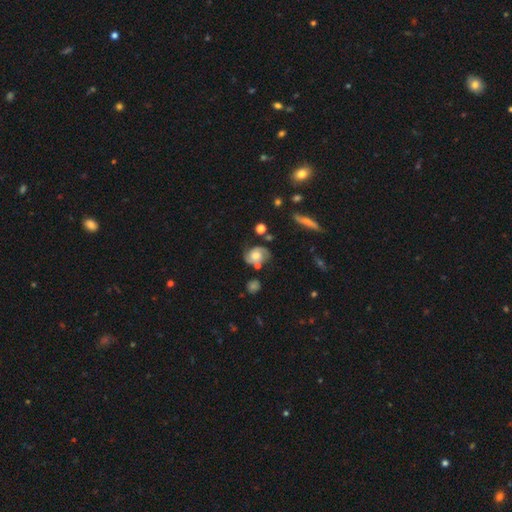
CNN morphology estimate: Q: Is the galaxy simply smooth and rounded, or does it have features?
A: featured or disk — 65%.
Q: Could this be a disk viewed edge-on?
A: no — 96%.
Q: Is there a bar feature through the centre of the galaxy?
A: no — 69%.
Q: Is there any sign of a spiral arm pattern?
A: yes — 89%.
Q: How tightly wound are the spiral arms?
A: medium — 45%.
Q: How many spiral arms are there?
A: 2 — 82%.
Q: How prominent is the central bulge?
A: moderate — 54%.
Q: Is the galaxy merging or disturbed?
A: none — 64%.